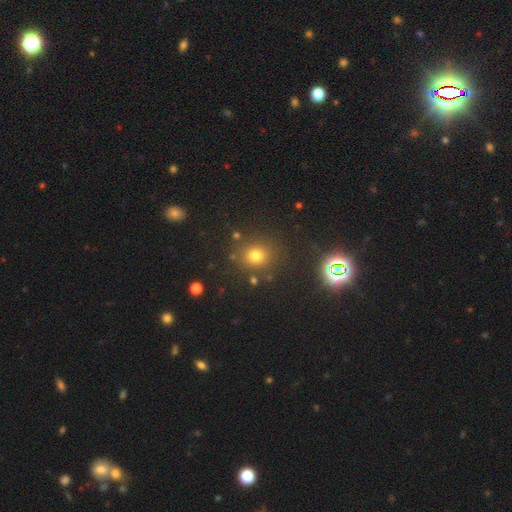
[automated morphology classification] A smooth galaxy with no disk features (73%) that is round (81%). Merging: none (82%).